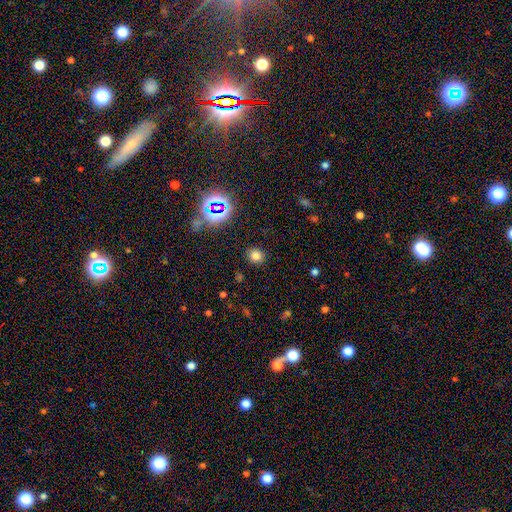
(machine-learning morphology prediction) The model was most divided on "smooth or featured": smooth: 74%, star or artifact: 20%, featured or disk: 6%. More confident: merging — none (89%); how rounded — round (78%).